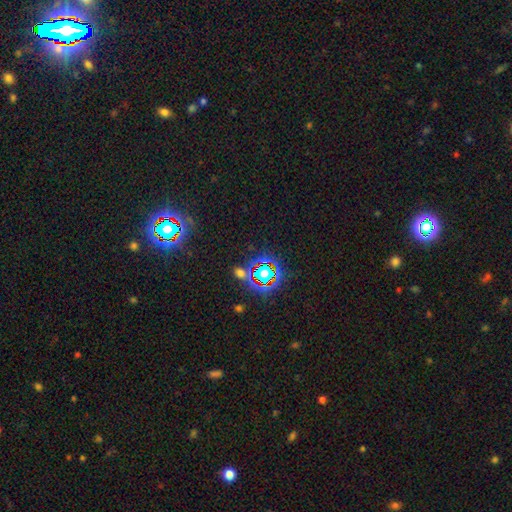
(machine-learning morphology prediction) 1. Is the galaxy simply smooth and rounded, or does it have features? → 80% star or artifact, 12% smooth, 8% featured or disk.